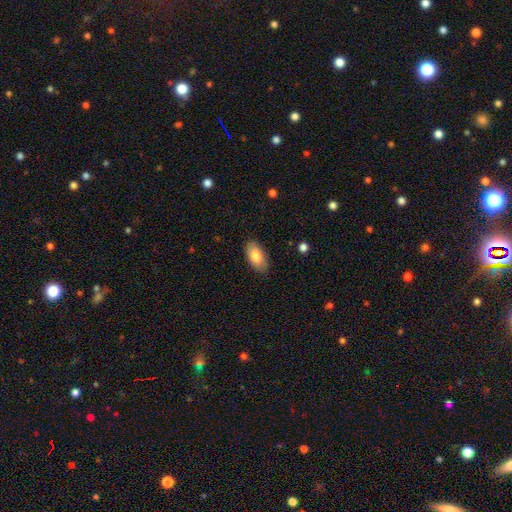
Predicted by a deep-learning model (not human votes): smooth_or_featured: smooth (p=0.83) [alt: featured or disk p=0.10]
how_rounded: in between (p=0.93) [alt: cigar-shaped p=0.04]
merging: none (p=0.85) [alt: minor disturbance p=0.11]